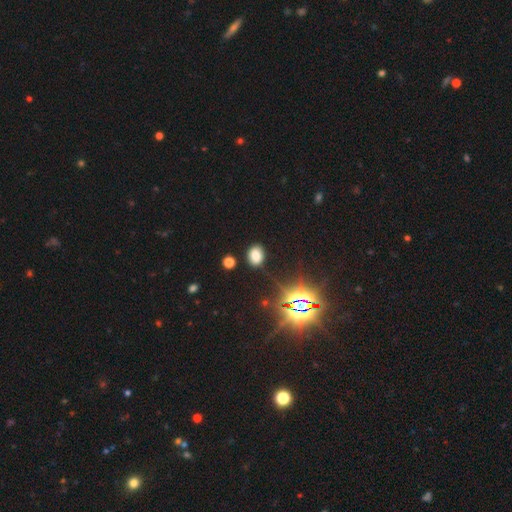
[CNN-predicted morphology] type=smooth (71%); roundness=in between (69%); merging=none (82%).